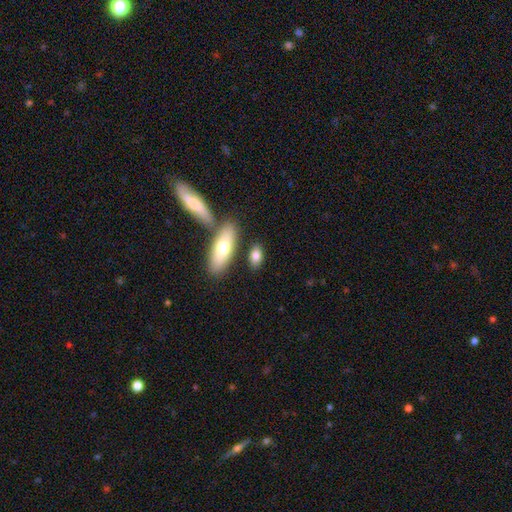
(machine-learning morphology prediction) Smooth or featured?
  - smooth: 77% *
  - featured or disk: 16%
  - star or artifact: 7%
How rounded?
  - in between: 83% *
  - cigar-shaped: 11%
  - round: 6%
Merging?
  - none: 72% *
  - merger: 13%
  - minor disturbance: 11%
  - major disturbance: 4%